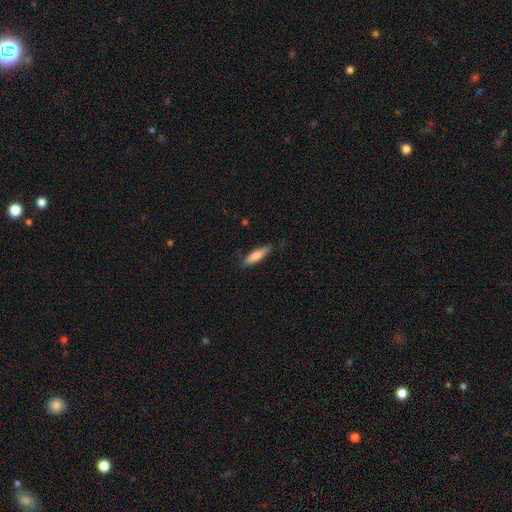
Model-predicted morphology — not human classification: smooth_or_featured: smooth (p=0.71) [alt: featured or disk p=0.23]
how_rounded: cigar-shaped (p=0.73) [alt: in between p=0.25]
merging: none (p=0.78) [alt: minor disturbance p=0.18]